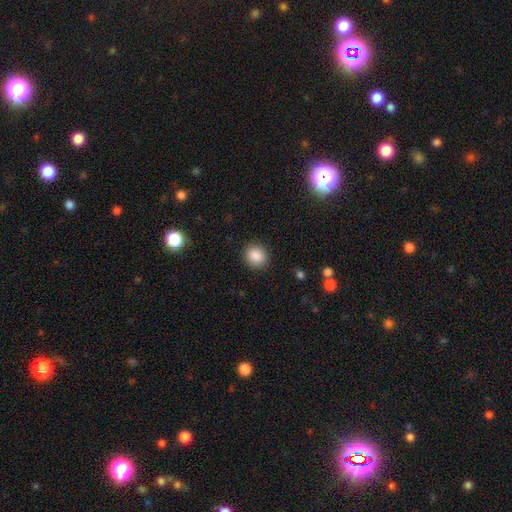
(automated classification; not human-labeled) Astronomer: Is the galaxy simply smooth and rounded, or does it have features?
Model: smooth — 87%.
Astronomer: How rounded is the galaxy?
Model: round — 78%.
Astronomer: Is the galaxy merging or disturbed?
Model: none — 89%.